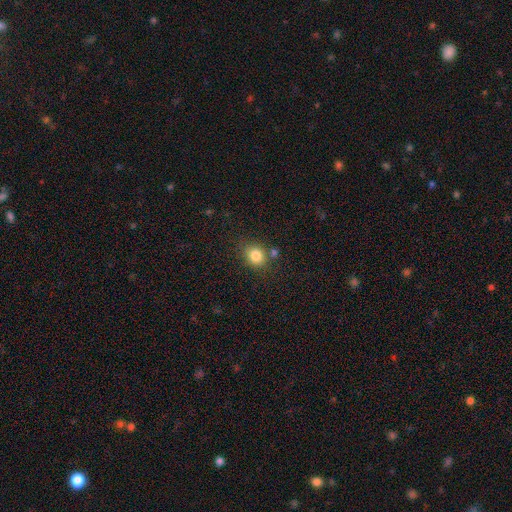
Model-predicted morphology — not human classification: A smooth galaxy with no disk features (83%) that is round (67%).

Vote fractions:
- Smooth or featured? smooth: 83% / star or artifact: 11% / featured or disk: 6%
- How rounded? round: 67% / in between: 32% / cigar-shaped: 1%
- Merging? none: 73% / minor disturbance: 13% / merger: 10% / major disturbance: 4%